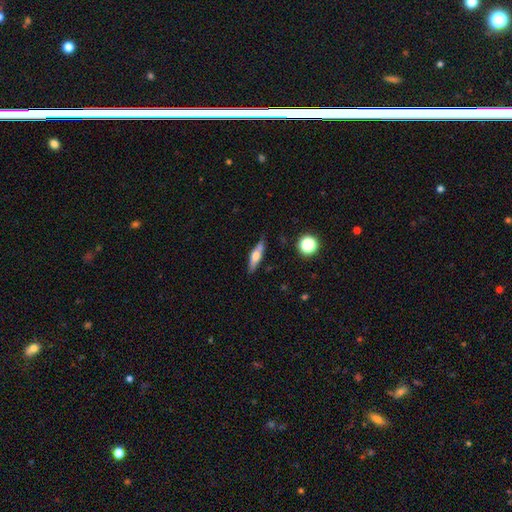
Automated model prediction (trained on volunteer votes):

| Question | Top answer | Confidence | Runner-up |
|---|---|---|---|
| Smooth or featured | smooth | 52% | featured or disk (41%) |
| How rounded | cigar-shaped | 62% | in between (34%) |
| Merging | none | 73% | minor disturbance (17%) |